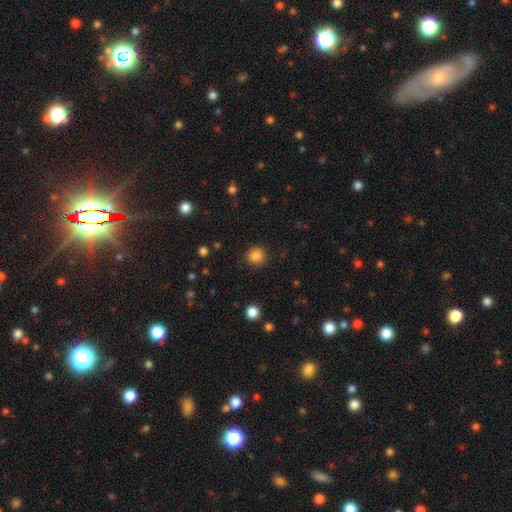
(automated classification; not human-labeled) This appears to be a smooth galaxy with no disk features (85%) that is round (89%). Merging: none (89%).